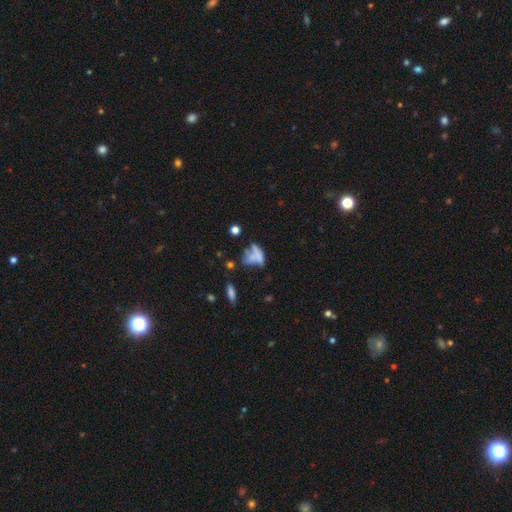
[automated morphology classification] This appears to be a smooth galaxy with no disk features (54%) that is in between round and cigar-shaped (71%). Merging: major disturbance (29%).